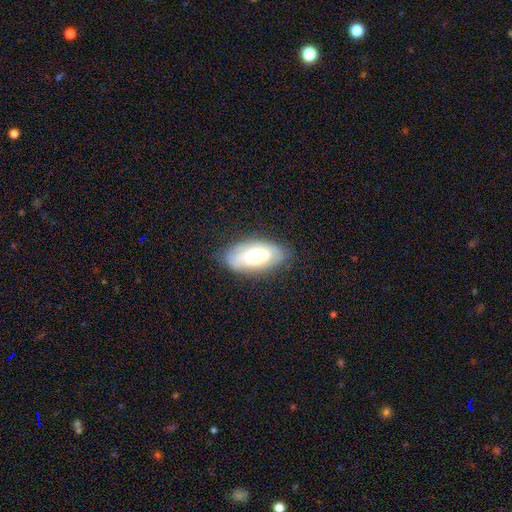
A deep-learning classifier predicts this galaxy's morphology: type=smooth (48%); merging=none (73%).